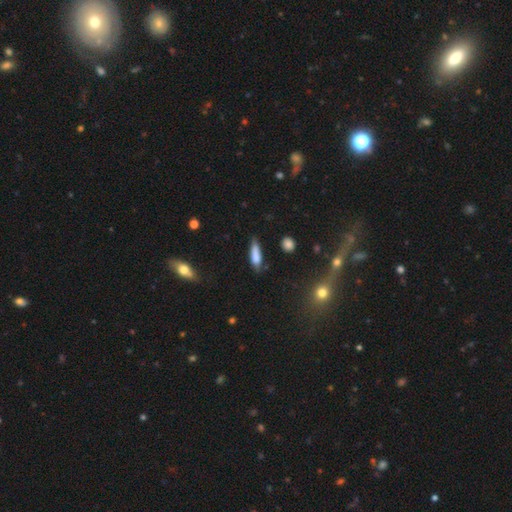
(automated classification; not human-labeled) This is likely a smooth galaxy (77%). How rounded: likely cigar-shaped (66%). Merging: likely none (63%).